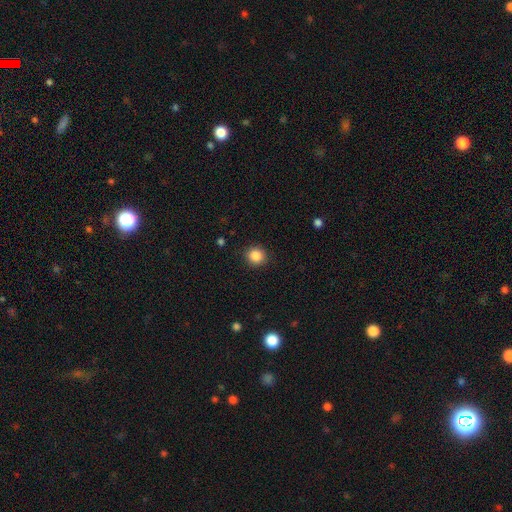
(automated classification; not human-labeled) Overall: smooth (86%). How rounded: round (90%). Merging: none (91%).